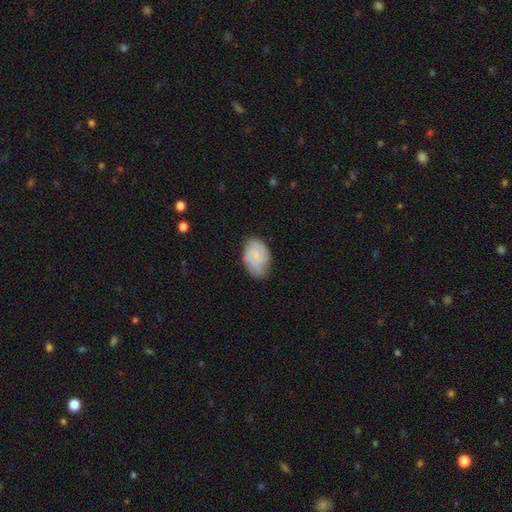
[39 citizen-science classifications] smooth_or_featured: smooth (p=0.51) [alt: featured or disk p=0.41]
how_rounded: in between (p=0.90) [alt: round p=0.10]
merging: none (p=0.61) [alt: minor disturbance p=0.39]